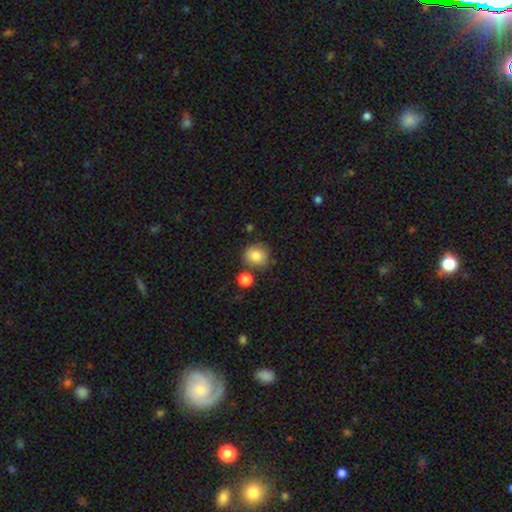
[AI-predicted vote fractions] smooth_or_featured: smooth (p=0.84) [alt: star or artifact p=0.09]
how_rounded: round (p=0.82) [alt: in between p=0.17]
merging: none (p=0.73) [alt: minor disturbance p=0.14]